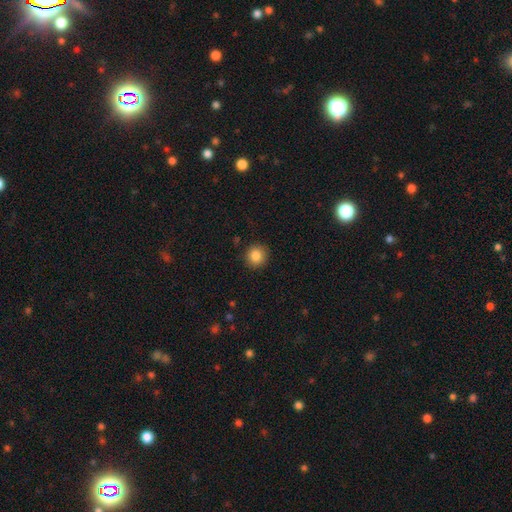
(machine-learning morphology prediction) This appears to be a smooth galaxy with no disk features (85%) that is round (92%). Merging: none (90%).